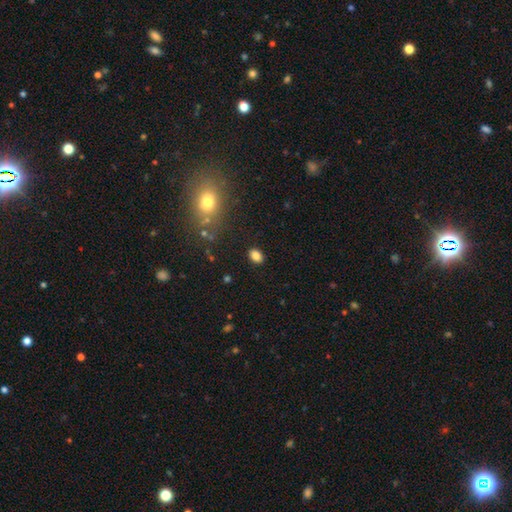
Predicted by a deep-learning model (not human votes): Smooth or featured? Predicted: smooth (p=0.84). How rounded? Predicted: in between (p=0.79). Merging? Predicted: none (p=0.87).